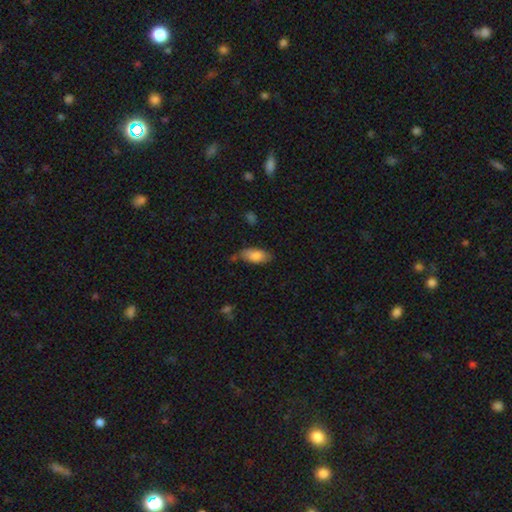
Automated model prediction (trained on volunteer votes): A smooth galaxy with no disk features (82%) that is in between round and cigar-shaped (87%). Merging: none (68%).